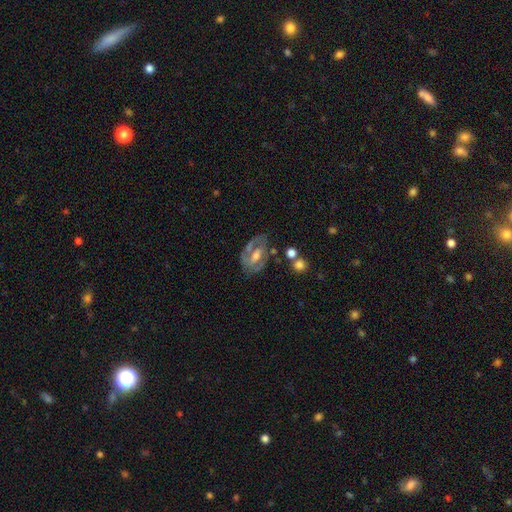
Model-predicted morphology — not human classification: smooth_or_featured: featured or disk (p=0.72) [alt: smooth p=0.21]
disk_edge_on: no (p=0.95) [alt: yes p=0.05]
bar: weak (p=0.43) [alt: no p=0.34]
has_spiral_arms: yes (p=0.70) [alt: no p=0.30]
bulge_size: moderate (p=0.59) [alt: small p=0.24]
merging: none (p=0.61) [alt: minor disturbance p=0.21]